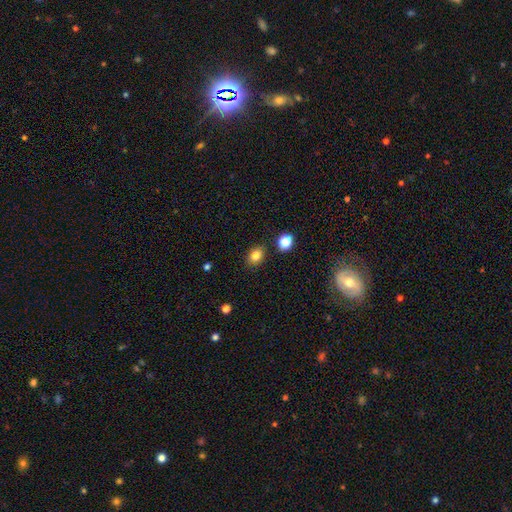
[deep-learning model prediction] The model was most divided on "how rounded": in between: 62%, round: 37%, cigar-shaped: 1%. More confident: merging — none (85%); smooth or featured — smooth (82%).